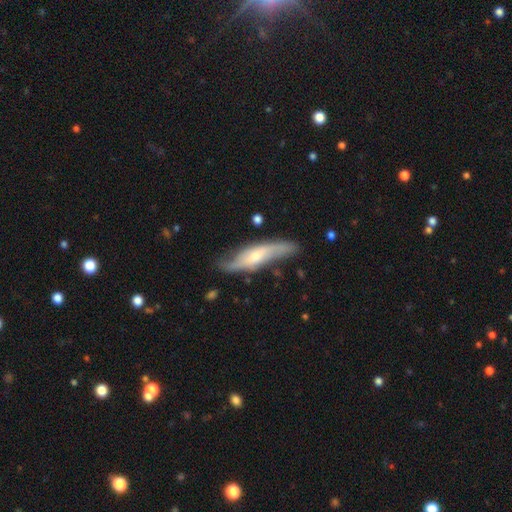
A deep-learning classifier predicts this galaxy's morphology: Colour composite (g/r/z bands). It shows a featured or disk galaxy (63%). Merging: none (70%).